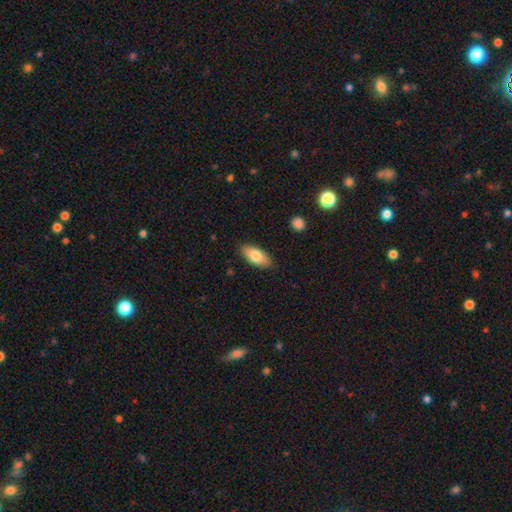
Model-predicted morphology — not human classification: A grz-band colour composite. It shows a smooth galaxy with no disk features (79%) that is in between round and cigar-shaped (88%). Merging: none (85%).